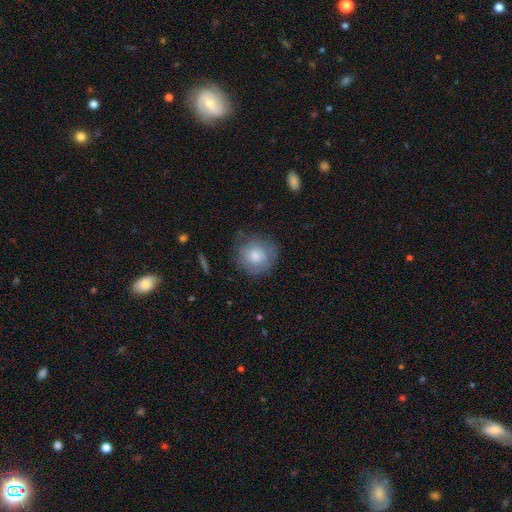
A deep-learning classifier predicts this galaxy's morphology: Smooth or featured? Predicted: smooth (p=0.71). How rounded? Predicted: round (p=0.88). Merging? Predicted: none (p=0.72).